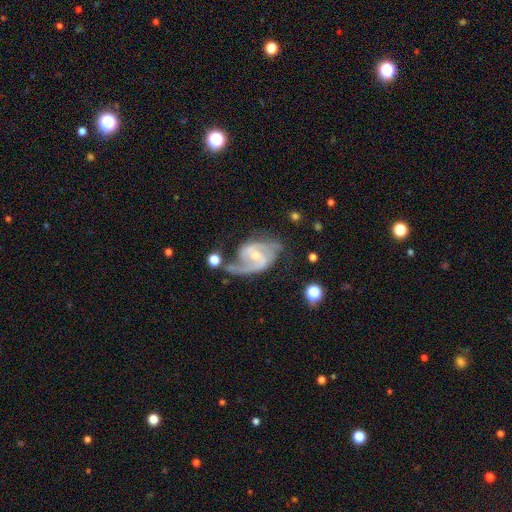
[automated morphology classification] The model was most divided on "bulge size": small: 52%, moderate: 43%, none: 2%, large: 2%, dominant: 1%. Remaining: edge-on disk — no (97%); spiral arms — yes (97%); smooth or featured — featured or disk (89%); spiral arm count — 2 (83%); spiral winding — medium (54%); merging — none (52%); bar — weak (50%).